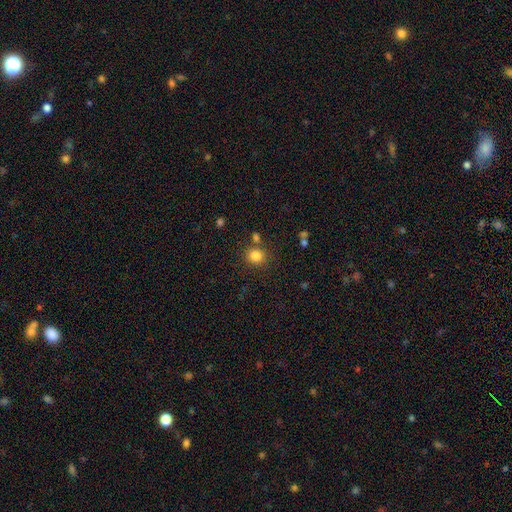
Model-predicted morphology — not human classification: Smooth or featured? Predicted: smooth (p=0.83). How rounded? Predicted: round (p=0.80). Merging? Predicted: none (p=0.78).